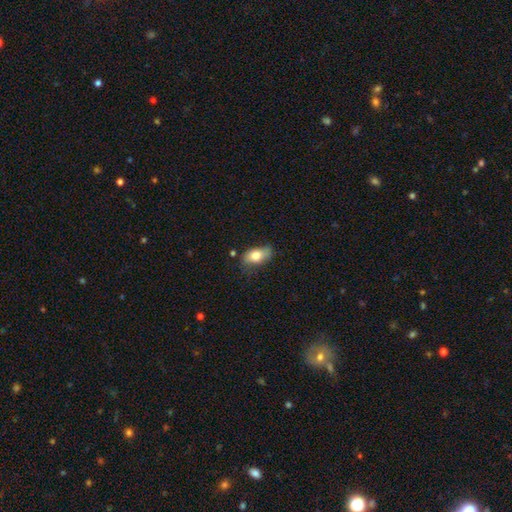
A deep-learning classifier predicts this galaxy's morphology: Q: Smooth or featured?
A: smooth (75%); runner-up: featured or disk (17%)
Q: How rounded?
A: in between (89%); runner-up: round (6%)
Q: Merging?
A: none (62%); runner-up: minor disturbance (28%)